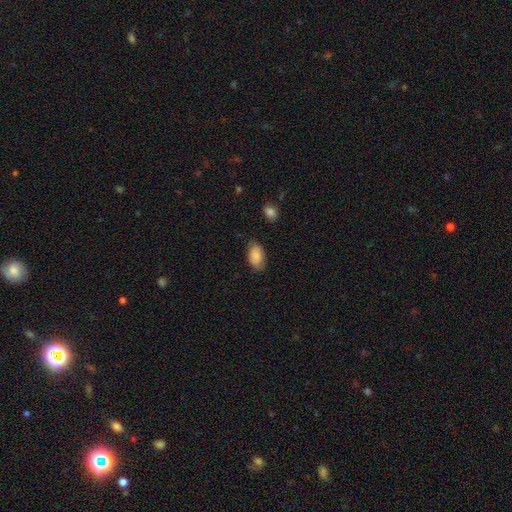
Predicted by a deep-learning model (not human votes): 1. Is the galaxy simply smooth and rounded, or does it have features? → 85% smooth, 8% featured or disk, 7% star or artifact.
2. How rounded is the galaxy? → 93% in between, 5% round, 2% cigar-shaped.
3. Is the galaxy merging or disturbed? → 73% none, 21% minor disturbance, 4% major disturbance, 2% merger.